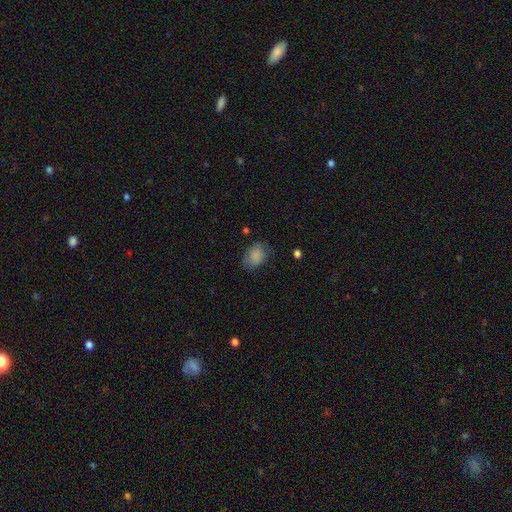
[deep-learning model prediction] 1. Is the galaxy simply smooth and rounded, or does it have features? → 84% smooth, 9% star or artifact, 7% featured or disk.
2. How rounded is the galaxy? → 74% in between, 25% round, 1% cigar-shaped.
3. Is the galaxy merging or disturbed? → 67% none, 24% minor disturbance, 8% major disturbance, 2% merger.